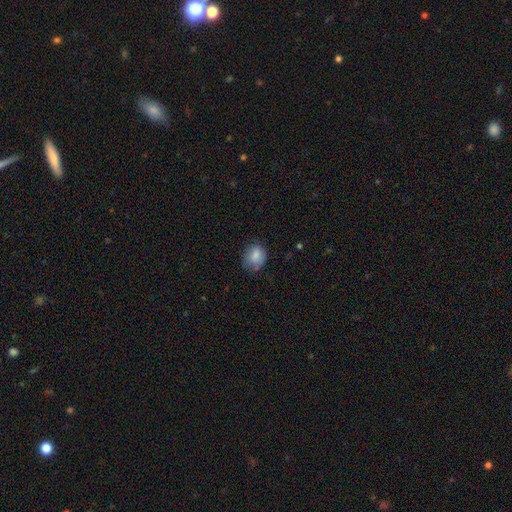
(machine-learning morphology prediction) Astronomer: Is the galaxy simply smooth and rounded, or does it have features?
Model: smooth — 81%.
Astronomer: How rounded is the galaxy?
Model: round — 54% (runner-up: in between, 45%).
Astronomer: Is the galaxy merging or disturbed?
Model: none — 63%.